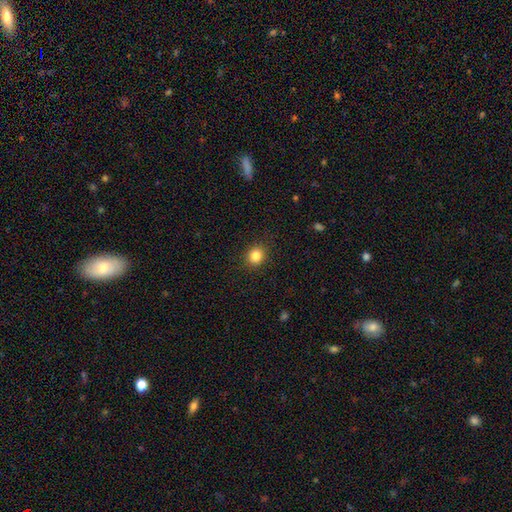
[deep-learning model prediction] The model was most divided on "how rounded": round: 79%, in between: 20%, cigar-shaped: 1%. More confident: merging — none (90%); smooth or featured — smooth (84%).